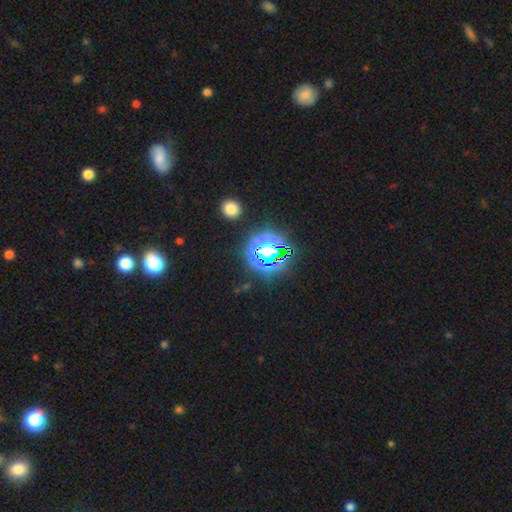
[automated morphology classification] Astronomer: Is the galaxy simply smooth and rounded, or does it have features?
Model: star or artifact — 74%.